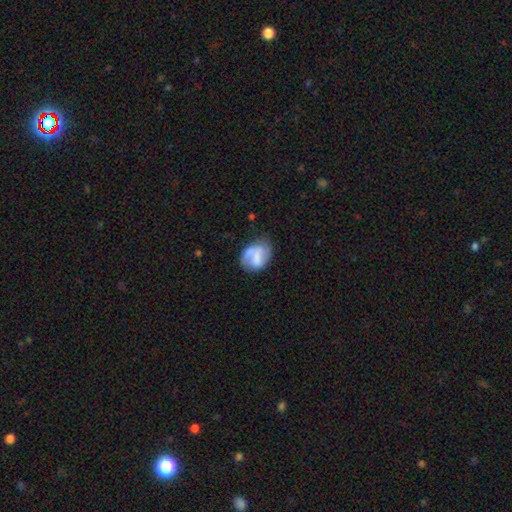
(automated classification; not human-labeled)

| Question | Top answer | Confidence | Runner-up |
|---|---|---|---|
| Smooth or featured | smooth | 48% | featured or disk (44%) |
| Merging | none | 45% | minor disturbance (29%) |